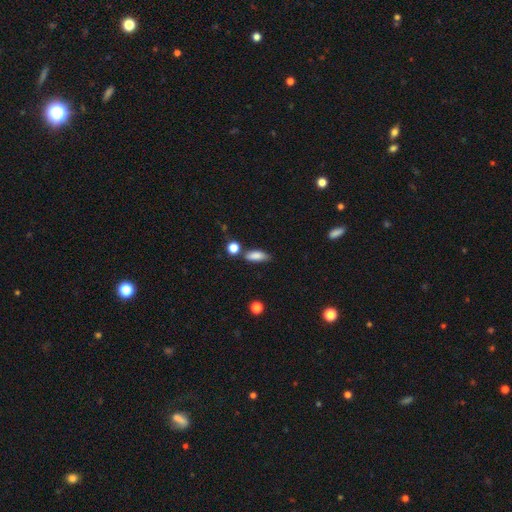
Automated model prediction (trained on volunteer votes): Smooth or featured?
  - smooth: 84% *
  - star or artifact: 8%
  - featured or disk: 8%
How rounded?
  - in between: 72% *
  - cigar-shaped: 24%
  - round: 4%
Merging?
  - none: 65% *
  - minor disturbance: 22%
  - merger: 8%
  - major disturbance: 5%